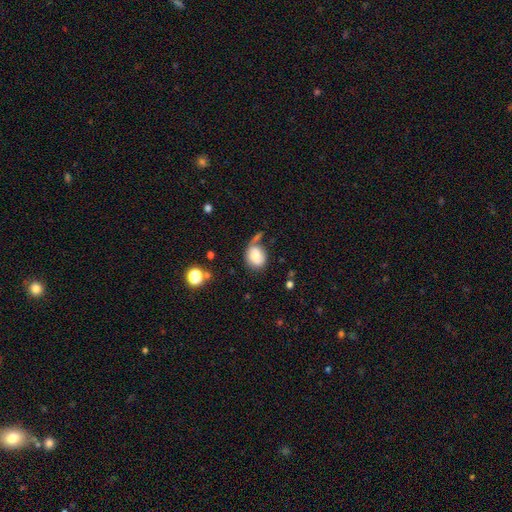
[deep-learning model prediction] This appears to be a smooth galaxy with no disk features (77%) that is in between round and cigar-shaped (53%). Merging: none (46%).